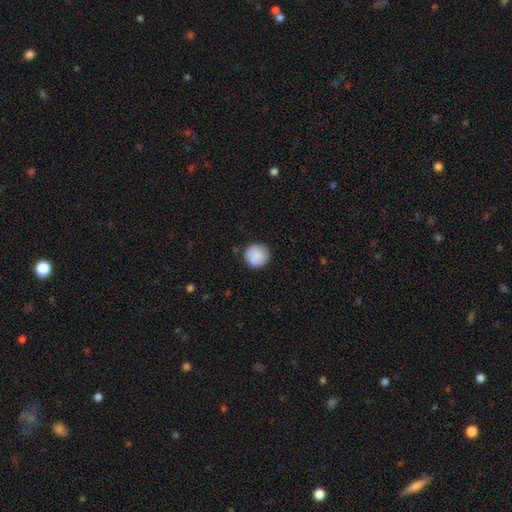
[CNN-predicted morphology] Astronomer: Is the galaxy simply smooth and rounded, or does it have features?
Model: smooth — 89%.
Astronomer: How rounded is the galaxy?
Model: round — 94%.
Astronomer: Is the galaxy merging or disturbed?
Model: none — 87%.